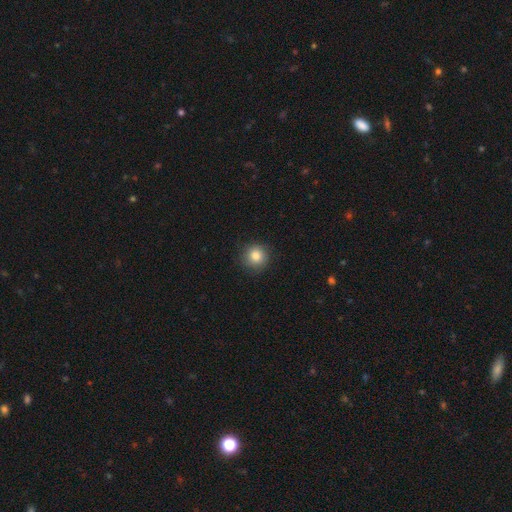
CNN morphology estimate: This is clearly a smooth galaxy (84%). How rounded: clearly round (93%). Merging: clearly none (88%).